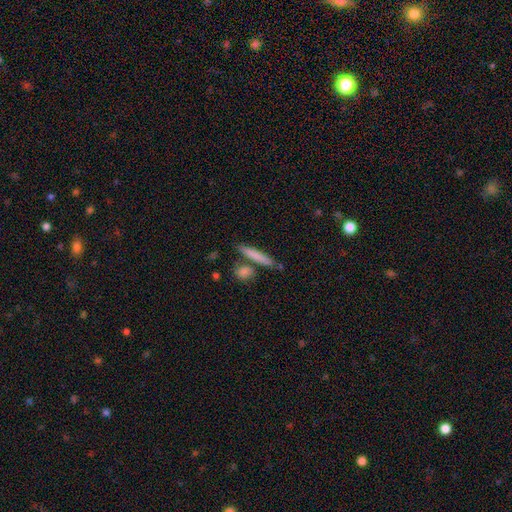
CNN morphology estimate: This appears to be a smooth galaxy with no disk features (75%) that is cigar-shaped (89%). Merging: none (75%).